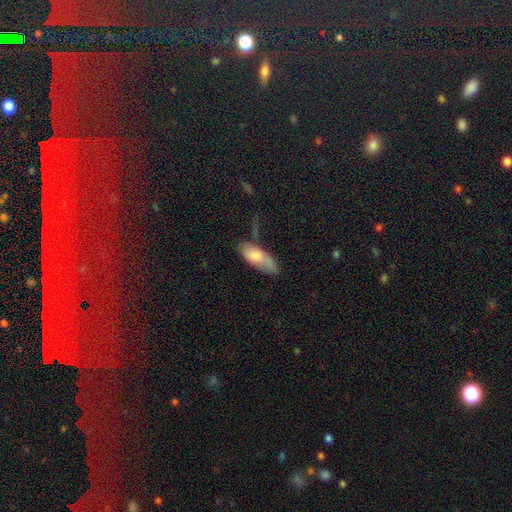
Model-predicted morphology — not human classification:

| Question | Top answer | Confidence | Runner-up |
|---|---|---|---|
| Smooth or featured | smooth | 77% | featured or disk (17%) |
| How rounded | in between | 75% | cigar-shaped (22%) |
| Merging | none | 47% | minor disturbance (31%) |